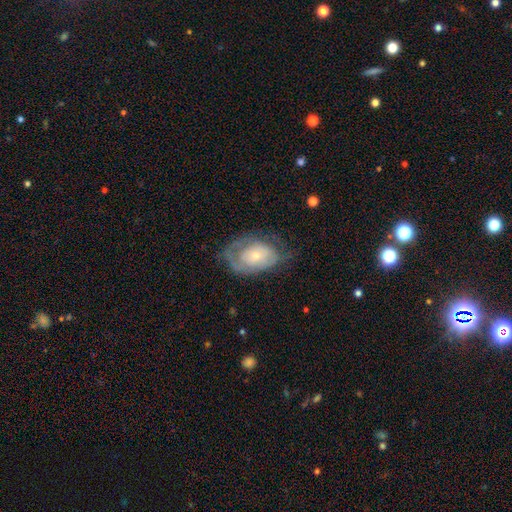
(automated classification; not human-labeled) Q: Smooth or featured?
A: featured or disk (54%); runner-up: smooth (39%)
Q: Edge-on disk?
A: no (94%); runner-up: yes (6%)
Q: Bar?
A: no (83%); runner-up: weak (14%)
Q: Spiral arms?
A: yes (55%); runner-up: no (45%)
Q: Bulge size?
A: small (61%); runner-up: moderate (32%)
Q: Merging?
A: none (46%); runner-up: minor disturbance (29%)